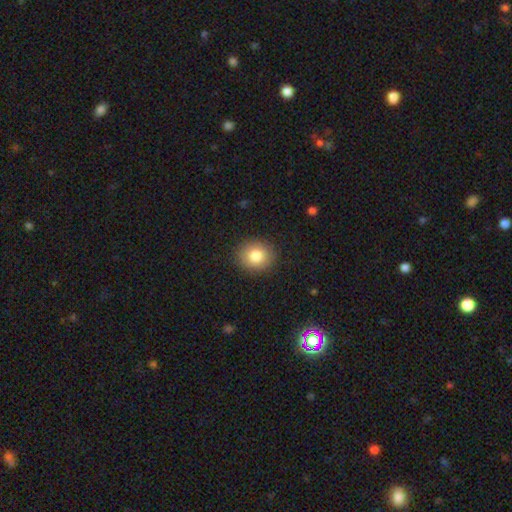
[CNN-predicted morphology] This is clearly a smooth galaxy (84%). How rounded: likely round (75%). Merging: clearly none (90%).